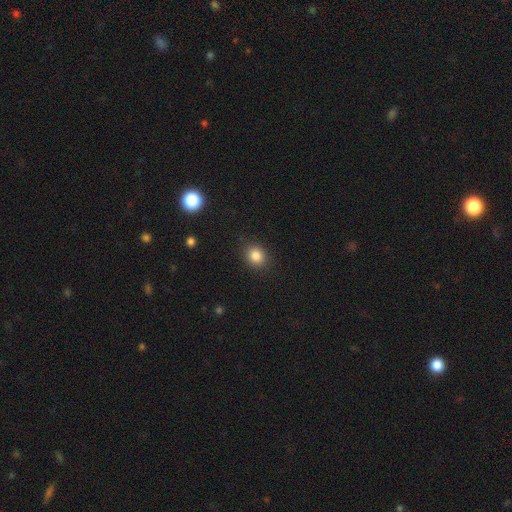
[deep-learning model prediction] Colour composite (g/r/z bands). It shows a smooth galaxy with no disk features (84%) that is round (73%). Merging: none (88%).